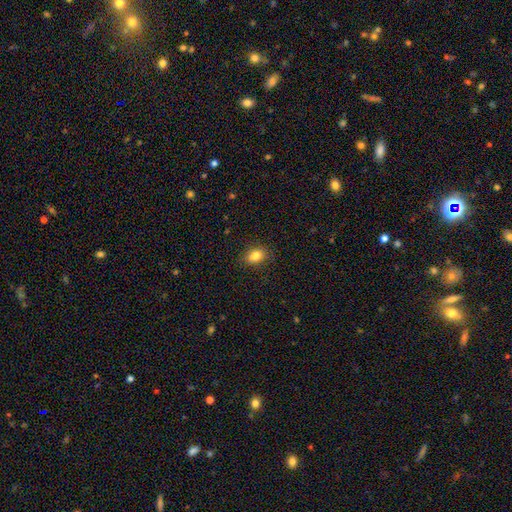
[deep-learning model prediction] A smooth galaxy with no disk features (84%) that is in between round and cigar-shaped (80%).

Vote fractions:
- Smooth or featured? smooth: 84% / star or artifact: 9% / featured or disk: 7%
- How rounded? in between: 80% / round: 18% / cigar-shaped: 2%
- Merging? none: 86% / minor disturbance: 11% / major disturbance: 3% / merger: 1%